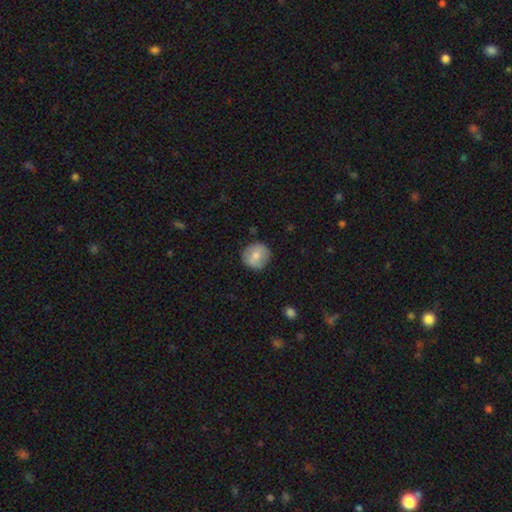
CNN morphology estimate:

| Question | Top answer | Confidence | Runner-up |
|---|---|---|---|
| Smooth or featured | smooth | 73% | featured or disk (20%) |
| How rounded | round | 92% | in between (7%) |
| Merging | none | 86% | minor disturbance (10%) |